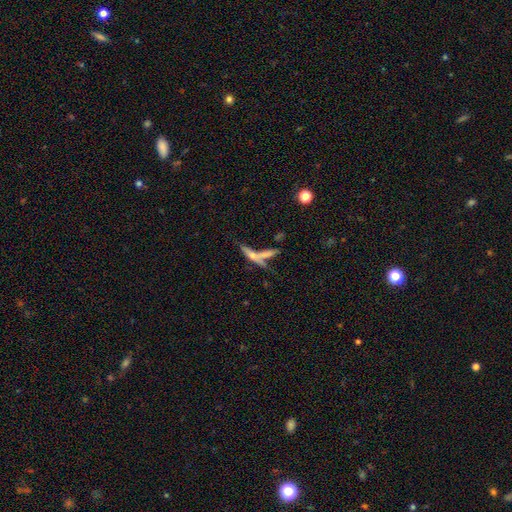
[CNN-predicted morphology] Overall: featured or disk (45%; smooth 42%). Merging: none (40%, tied with merger).